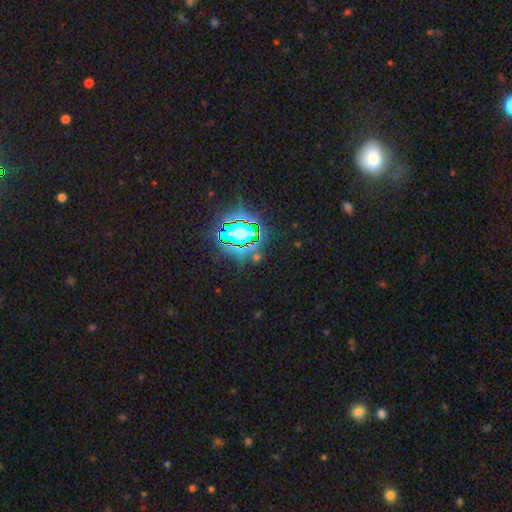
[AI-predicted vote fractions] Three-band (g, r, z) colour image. It shows a star or artifact, not a galaxy (77%).